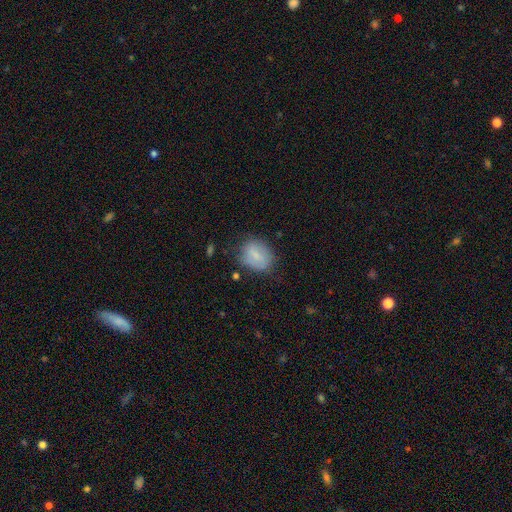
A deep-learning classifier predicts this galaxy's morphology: Smooth or featured? Predicted: smooth (p=0.73). How rounded? Predicted: in between (p=0.54). Merging? Predicted: none (p=0.69).